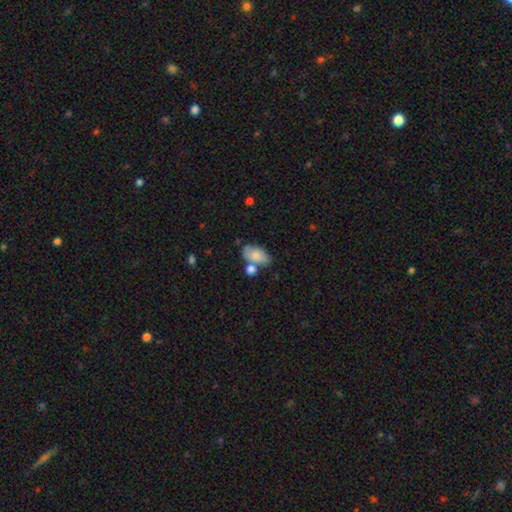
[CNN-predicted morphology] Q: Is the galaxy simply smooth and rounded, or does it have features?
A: smooth — 79%.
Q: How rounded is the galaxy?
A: in between — 92%.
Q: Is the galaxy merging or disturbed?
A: none — 49%.